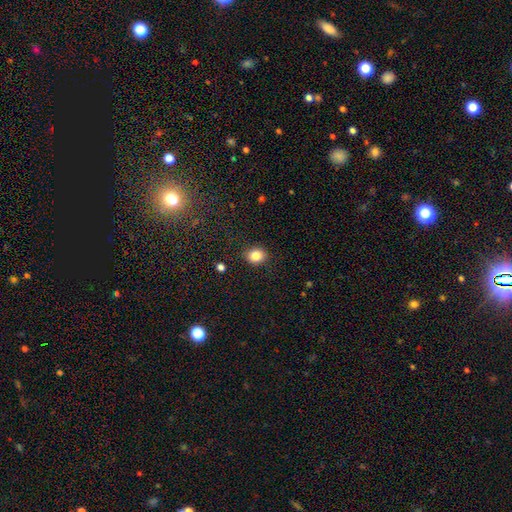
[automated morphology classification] A smooth galaxy with no disk features (84%) that is round (61%).

Vote fractions:
- Smooth or featured? smooth: 84% / star or artifact: 10% / featured or disk: 6%
- How rounded? round: 61% / in between: 39% / cigar-shaped: 1%
- Merging? none: 88% / minor disturbance: 9% / major disturbance: 2% / merger: 1%